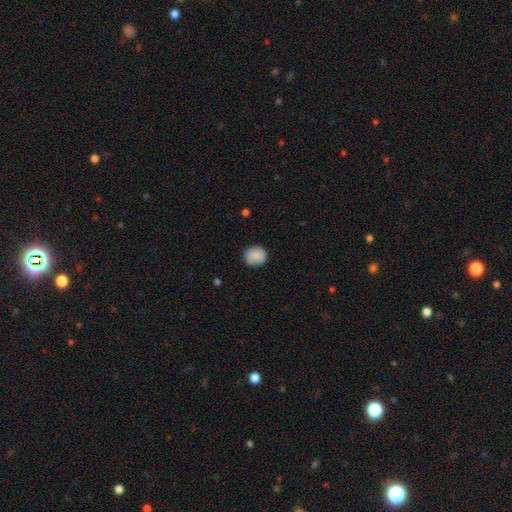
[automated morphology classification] The model was most divided on "merging": none: 83%, minor disturbance: 13%, major disturbance: 3%, merger: 1%. More confident: how rounded — round (86%); smooth or featured — smooth (84%).